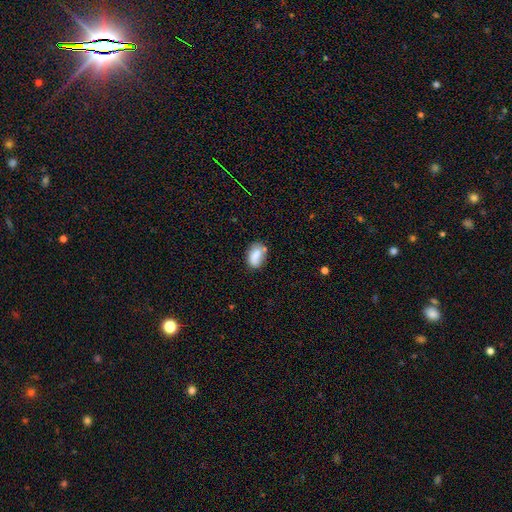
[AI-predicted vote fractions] Smooth or featured: smooth — 80% (featured or disk — 12%)
How rounded: in between — 86% (round — 12%)
Merging: none — 61% (minor disturbance — 23%)